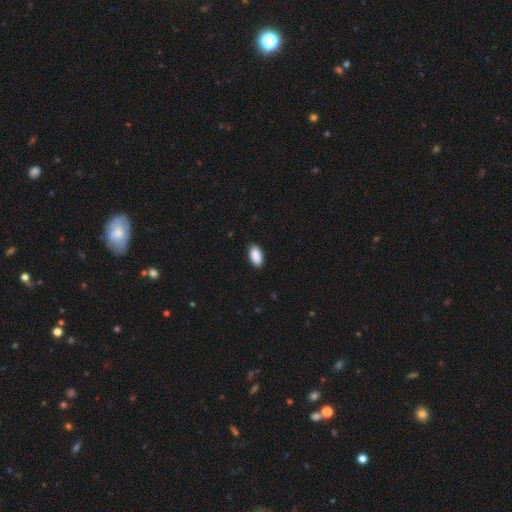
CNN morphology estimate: Q: Smooth or featured?
A: smooth (91%); runner-up: star or artifact (6%)
Q: How rounded?
A: in between (95%); runner-up: round (3%)
Q: Merging?
A: none (87%); runner-up: minor disturbance (10%)